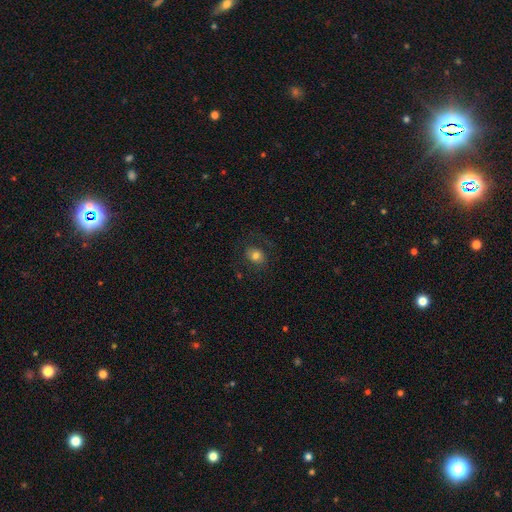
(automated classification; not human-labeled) Morphology: type=smooth (73%); roundness=round (57%); merging=none (77%).